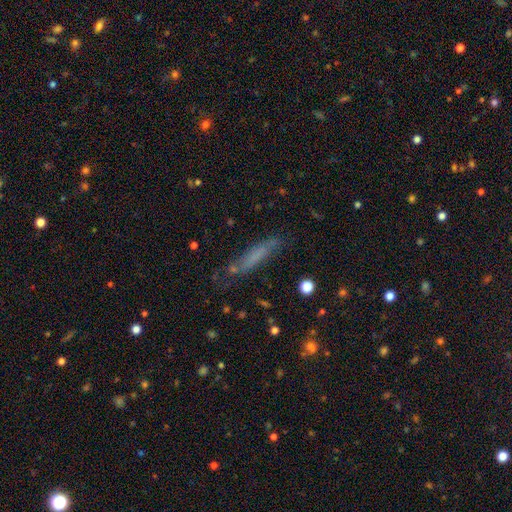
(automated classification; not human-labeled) Overall: smooth (55%; featured or disk 33%). How rounded: cigar-shaped (83%). Merging: none (64%).